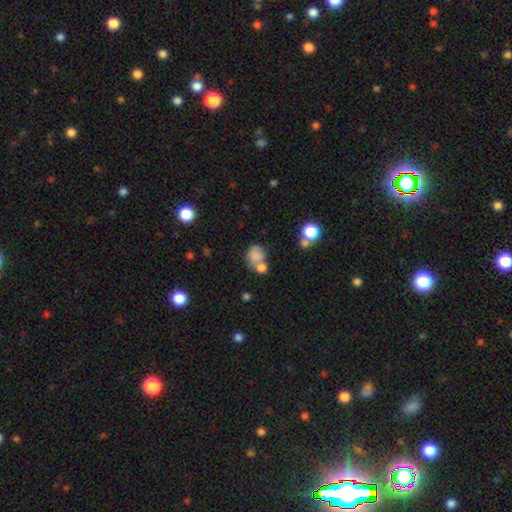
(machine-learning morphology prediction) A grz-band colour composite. It shows a smooth galaxy with no disk features (78%) that is round (68%). Merging: none (42%).